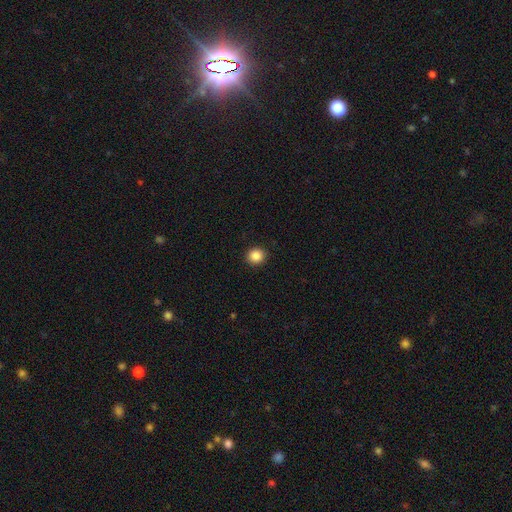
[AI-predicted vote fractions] A smooth galaxy with no disk features (87%) that is round (87%).

Vote fractions:
- Smooth or featured? smooth: 87% / star or artifact: 10% / featured or disk: 3%
- How rounded? round: 87% / in between: 12% / cigar-shaped: 1%
- Merging? none: 92% / minor disturbance: 5% / major disturbance: 2% / merger: 1%